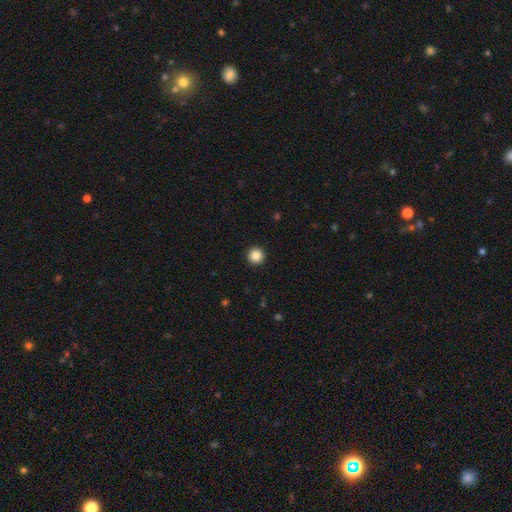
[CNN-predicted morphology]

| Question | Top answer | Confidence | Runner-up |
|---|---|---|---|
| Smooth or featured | smooth | 85% | star or artifact (10%) |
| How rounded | round | 97% | in between (2%) |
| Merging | none | 94% | minor disturbance (4%) |